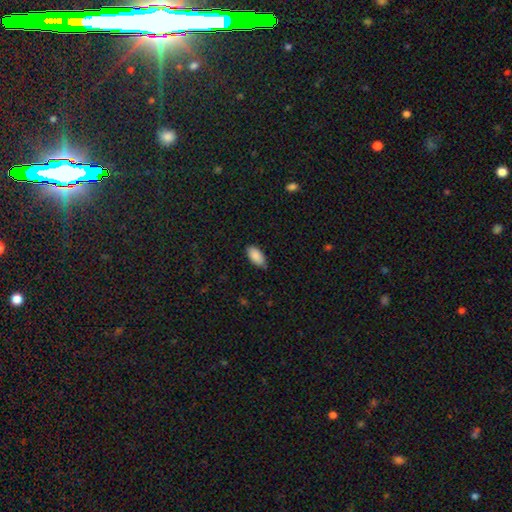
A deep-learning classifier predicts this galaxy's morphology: smooth_or_featured: smooth (p=0.89) [alt: star or artifact p=0.07]
how_rounded: in between (p=0.94) [alt: cigar-shaped p=0.04]
merging: none (p=0.77) [alt: minor disturbance p=0.20]